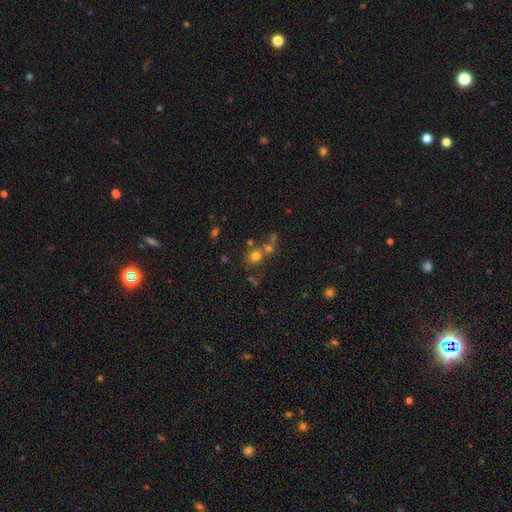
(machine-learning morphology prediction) A smooth galaxy with no disk features (67%) that is round (82%).

Vote fractions:
- Smooth or featured? smooth: 67% / star or artifact: 20% / featured or disk: 14%
- How rounded? round: 82% / in between: 17% / cigar-shaped: 1%
- Merging? none: 48% / merger: 37% / minor disturbance: 9% / major disturbance: 6%